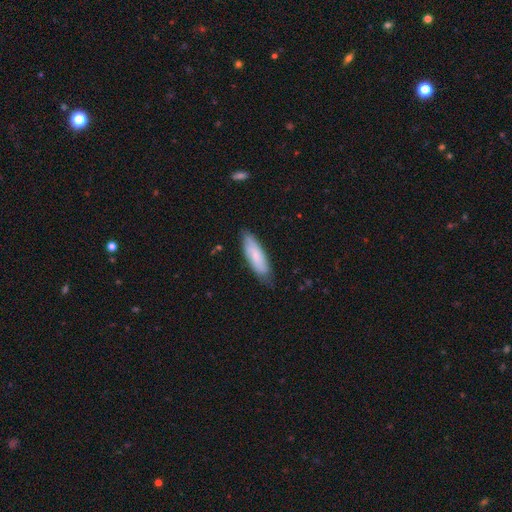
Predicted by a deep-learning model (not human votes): Smooth or featured: smooth — 74% (featured or disk — 20%)
How rounded: cigar-shaped — 51% (in between — 48%)
Merging: none — 78% (minor disturbance — 18%)